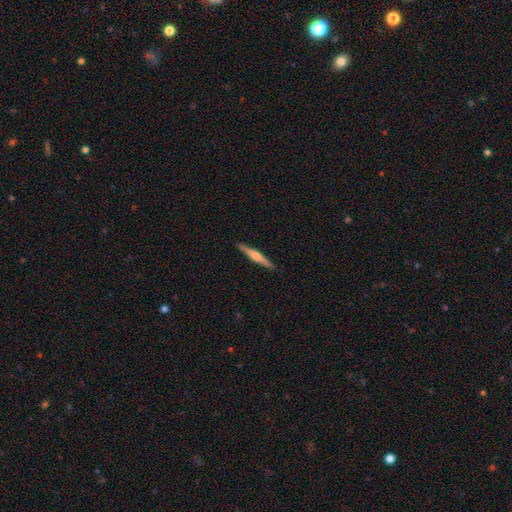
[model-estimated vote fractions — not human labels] featured or disk 67%, smooth 28%, star or artifact 5%. Down the decision tree: edge-on disk — yes (98%); edge-on bulge — rounded (82%); merging — none (92%).